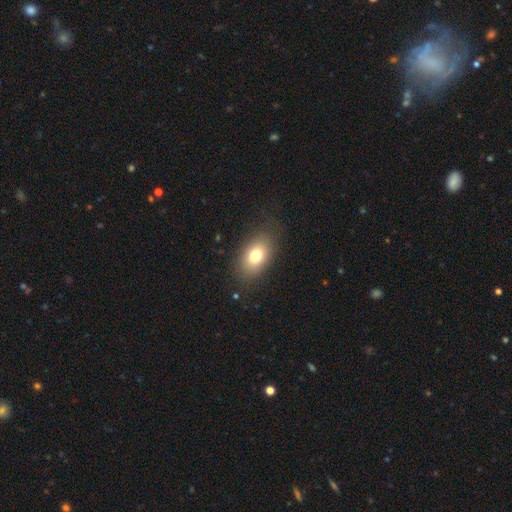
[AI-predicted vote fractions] The model was most divided on "smooth or featured": smooth: 76%, featured or disk: 14%, star or artifact: 10%. More confident: how rounded — in between (85%); merging — none (81%).